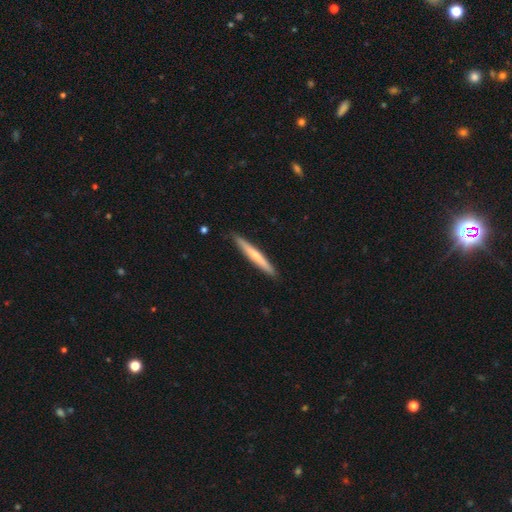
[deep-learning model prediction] A smooth galaxy with no disk features (55%) that is cigar-shaped (96%).

Vote fractions:
- Smooth or featured? smooth: 55% / featured or disk: 40% / star or artifact: 5%
- How rounded? cigar-shaped: 96% / in between: 3% / round: 1%
- Merging? none: 90% / minor disturbance: 8% / major disturbance: 1% / merger: 1%